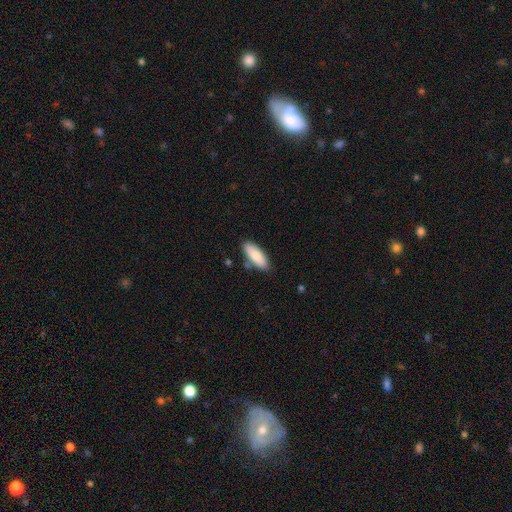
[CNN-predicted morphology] A smooth galaxy with no disk features (83%) that is in between round and cigar-shaped (74%). Merging: none (81%).